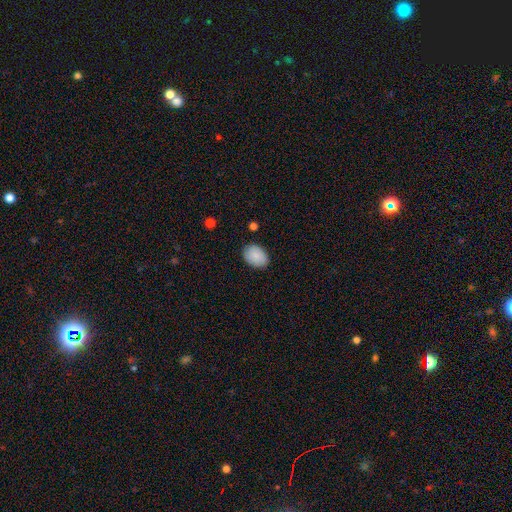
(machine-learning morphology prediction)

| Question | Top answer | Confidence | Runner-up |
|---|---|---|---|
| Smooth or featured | smooth | 88% | star or artifact (7%) |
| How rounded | in between | 77% | round (22%) |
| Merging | none | 86% | minor disturbance (11%) |